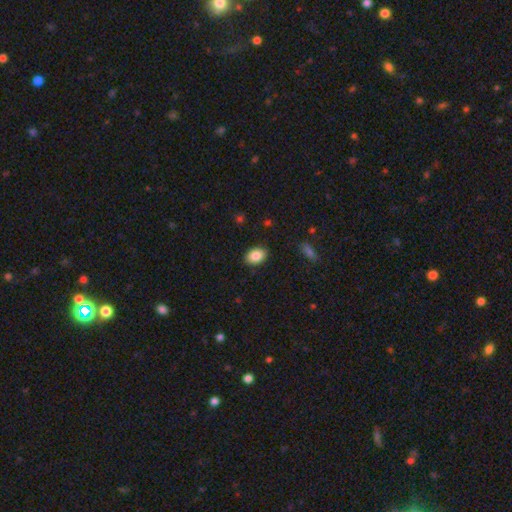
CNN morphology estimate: Overall: smooth (87%). How rounded: in between (84%). Merging: none (88%).